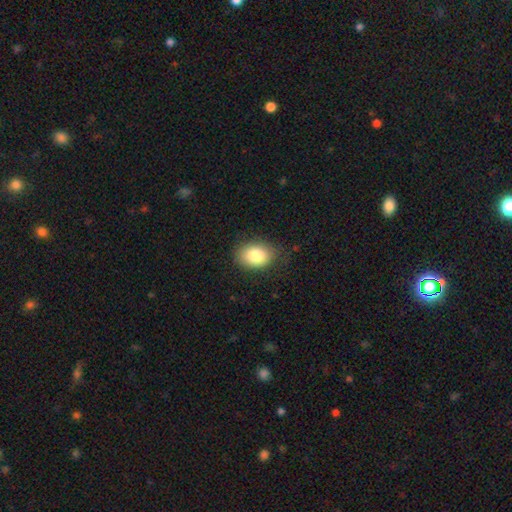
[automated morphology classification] Smooth or featured? smooth (83%)
How rounded? in between (73%)
Merging? none (78%)